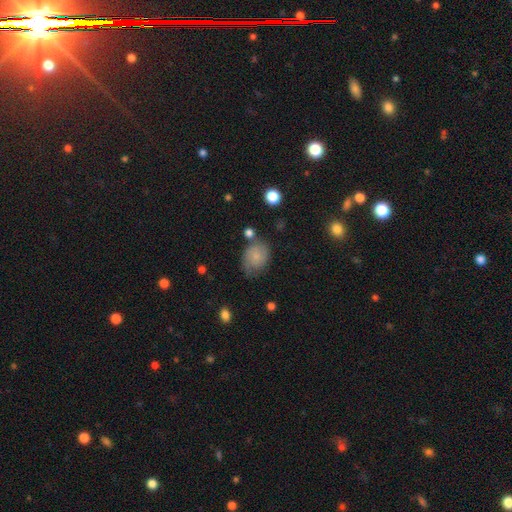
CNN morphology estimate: This appears to be a smooth galaxy with no disk features (70%) that is in between round and cigar-shaped (57%). Merging: none (57%).